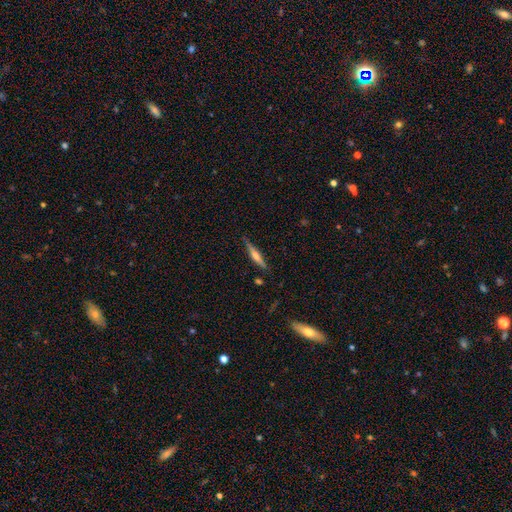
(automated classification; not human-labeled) Morphology: type=featured or disk (65%); edge-on=yes (97%); edge-on bulge=rounded (86%); merging=none (85%).